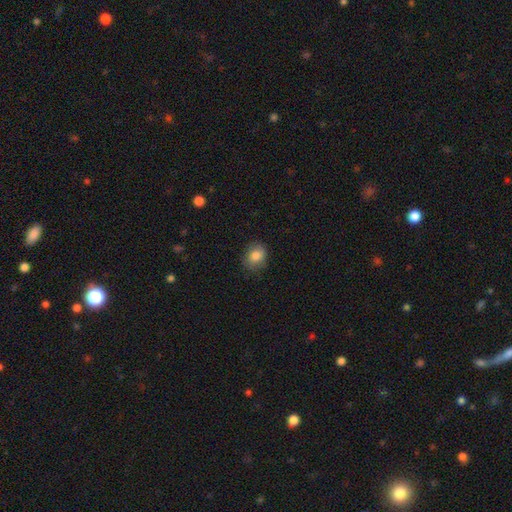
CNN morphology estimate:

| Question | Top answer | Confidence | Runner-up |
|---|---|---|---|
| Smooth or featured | smooth | 84% | star or artifact (9%) |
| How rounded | round | 53% | in between (46%) |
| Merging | none | 78% | minor disturbance (17%) |